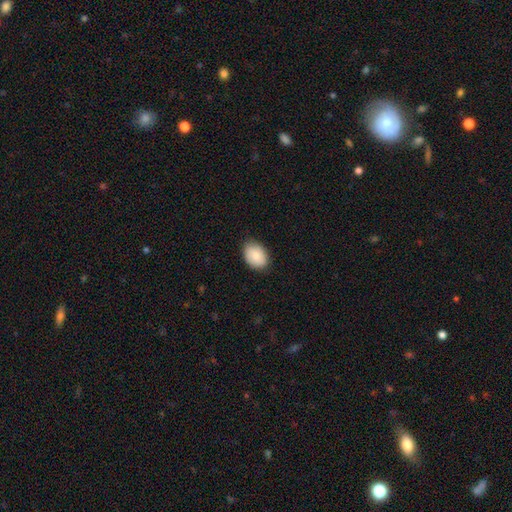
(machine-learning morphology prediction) A smooth galaxy with no disk features (84%) that is in between round and cigar-shaped (79%). Merging: none (83%).